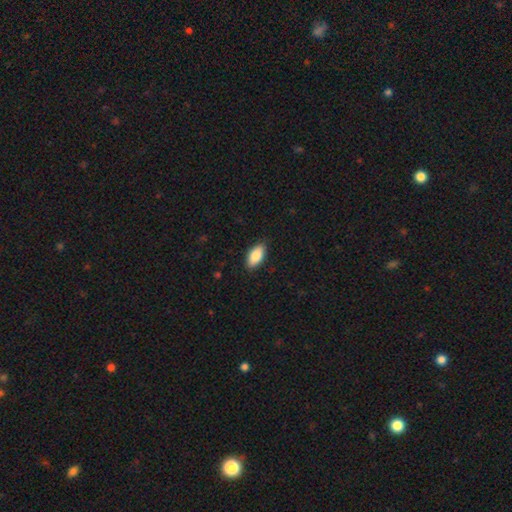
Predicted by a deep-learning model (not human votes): Smooth or featured? smooth (86%)
How rounded? in between (92%)
Merging? none (87%)